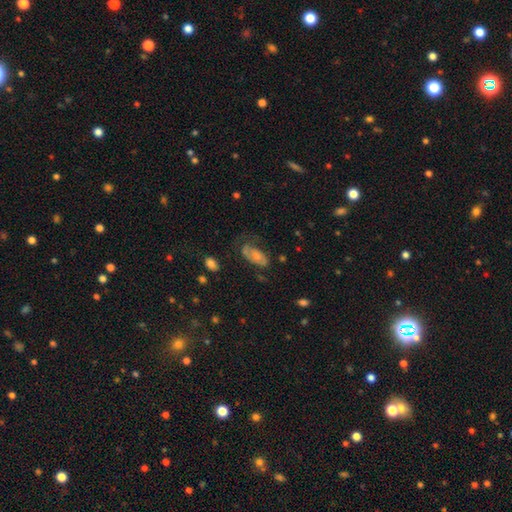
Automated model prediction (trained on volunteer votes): smooth-or-featured: smooth: 54% | featured or disk: 37% | star or artifact: 9%
  how-rounded: in between: 90% | cigar-shaped: 6% | round: 4%
  merging: none: 40% | major disturbance: 29% | minor disturbance: 27% | merger: 3%